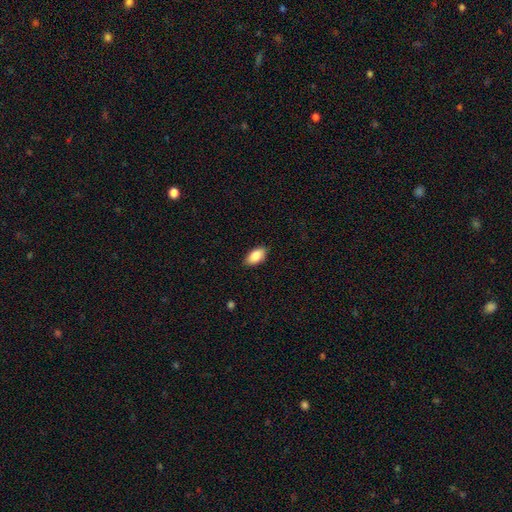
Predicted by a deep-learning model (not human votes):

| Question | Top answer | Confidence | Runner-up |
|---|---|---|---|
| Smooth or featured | smooth | 86% | featured or disk (8%) |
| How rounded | in between | 93% | round (4%) |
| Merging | none | 87% | minor disturbance (10%) |